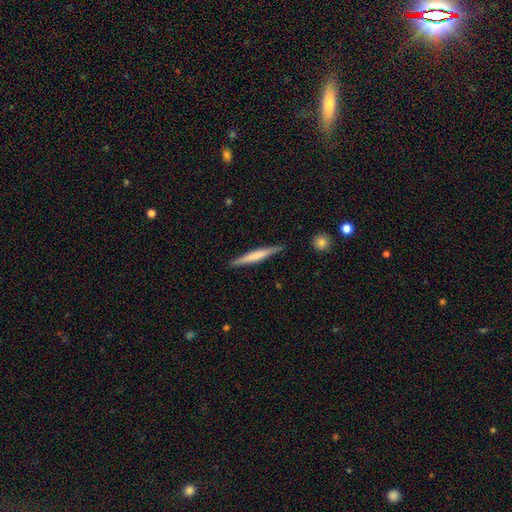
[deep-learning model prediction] A smooth galaxy with no disk features (50%) that is cigar-shaped (95%). Merging: none (89%).